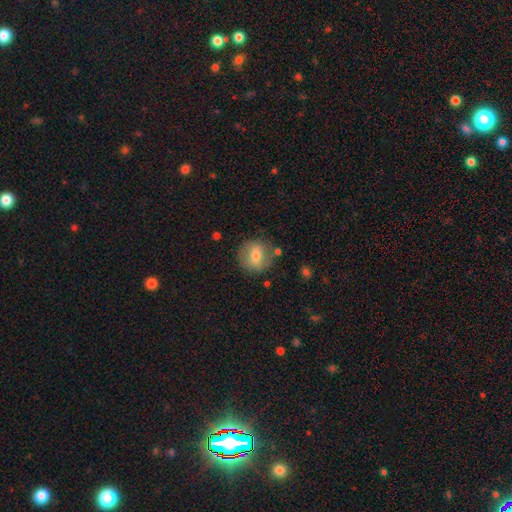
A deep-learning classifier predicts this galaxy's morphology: type=smooth (61%); roundness=round (85%); merging=none (78%).